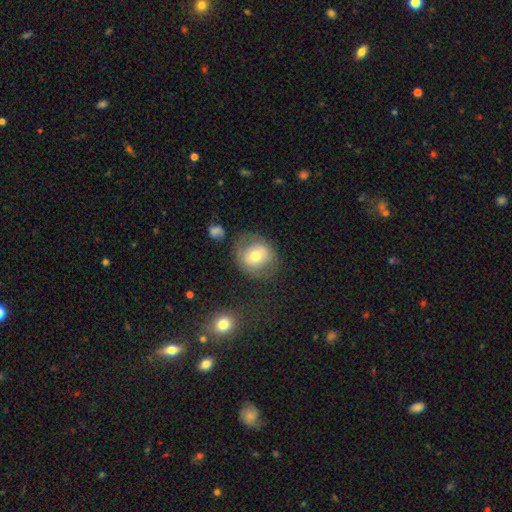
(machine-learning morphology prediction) smooth_or_featured: smooth (p=0.62) [alt: featured or disk p=0.30]
how_rounded: round (p=0.73) [alt: in between p=0.26]
merging: none (p=0.66) [alt: minor disturbance p=0.18]